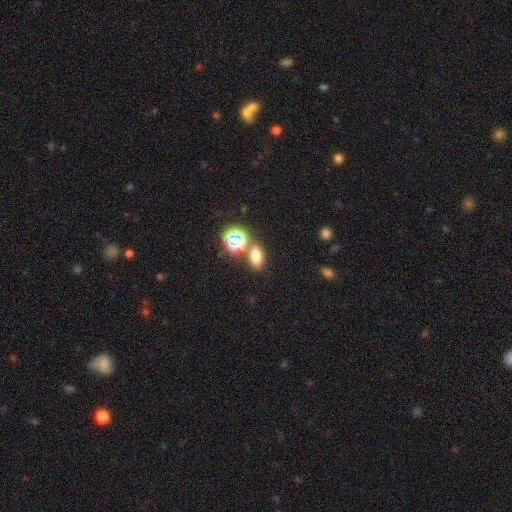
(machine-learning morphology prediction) Smooth or featured?
  - smooth: 66% *
  - star or artifact: 23%
  - featured or disk: 11%
How rounded?
  - in between: 72% *
  - round: 21%
  - cigar-shaped: 7%
Merging?
  - none: 71% *
  - merger: 16%
  - minor disturbance: 10%
  - major disturbance: 4%